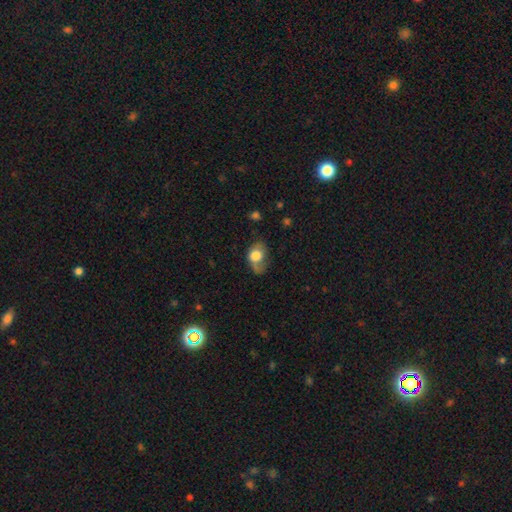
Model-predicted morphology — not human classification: Q: Smooth or featured?
A: smooth (68%); runner-up: featured or disk (24%)
Q: How rounded?
A: in between (72%); runner-up: round (27%)
Q: Merging?
A: none (37%); runner-up: minor disturbance (33%)